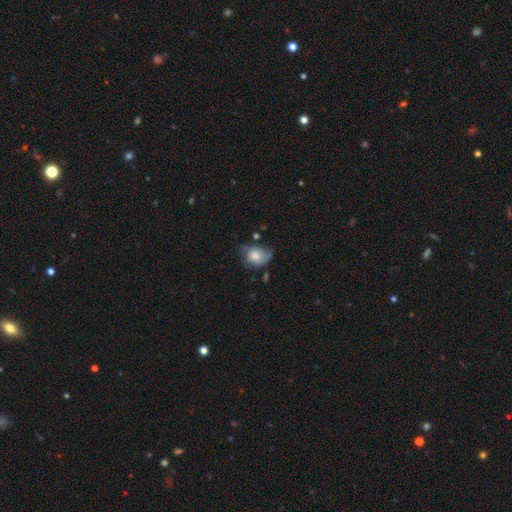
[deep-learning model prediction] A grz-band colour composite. It shows a smooth galaxy with no disk features (69%) that is in between round and cigar-shaped (57%). Merging: none (43%).